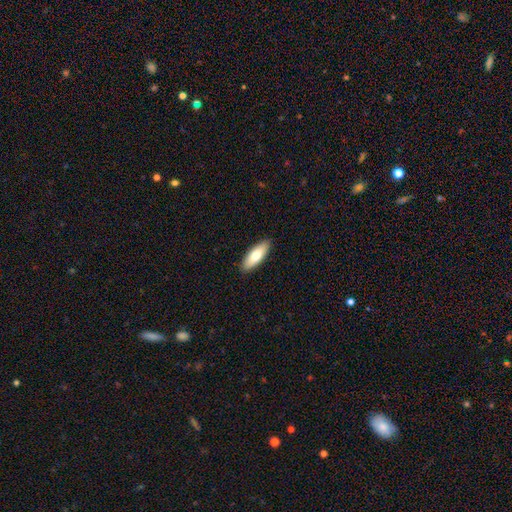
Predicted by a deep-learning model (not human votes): Morphology: type=smooth (74%); roundness=in between (65%); merging=none (90%).